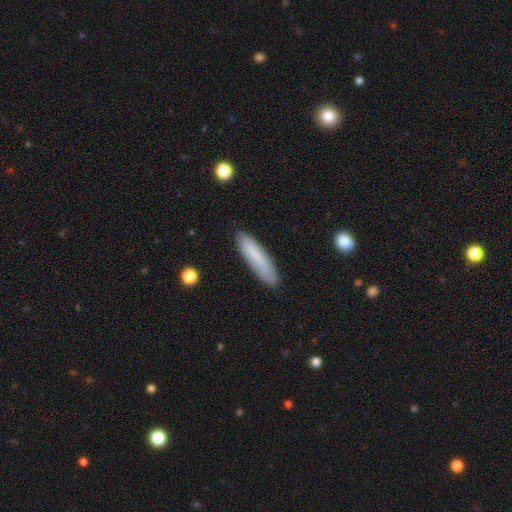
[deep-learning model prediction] smooth 79%, featured or disk 15%, star or artifact 7%. Down the decision tree: how rounded — cigar-shaped (83%); merging — none (83%).